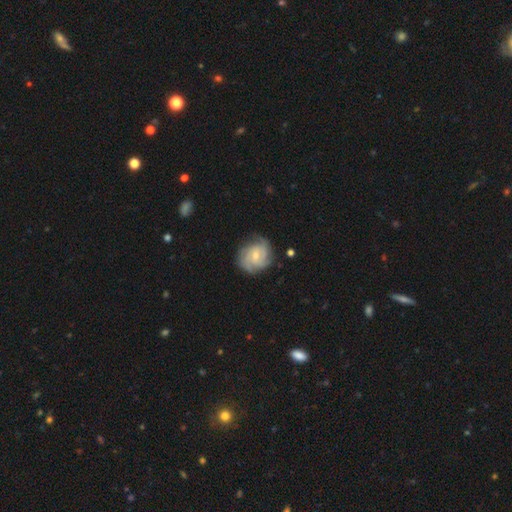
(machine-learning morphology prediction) type=featured or disk (76%); edge-on=no (98%); bar=no (55%); spiral arms=yes (94%); winding=tight (60%); arm count=3 (30%); bulge=small (57%); merging=none (73%).